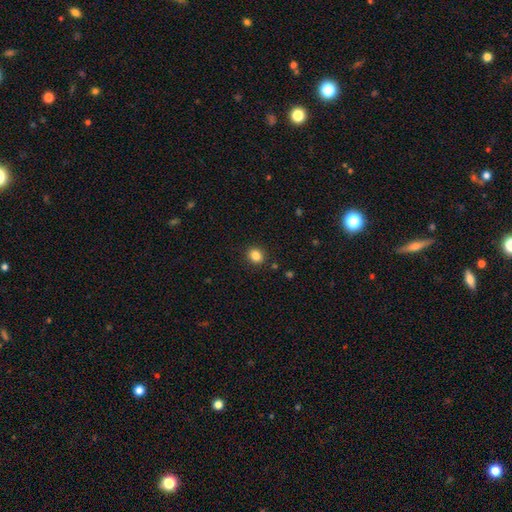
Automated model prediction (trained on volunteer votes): Smooth or featured?
  - smooth: 85% *
  - star or artifact: 11%
  - featured or disk: 5%
How rounded?
  - round: 66% *
  - in between: 33%
  - cigar-shaped: 1%
Merging?
  - none: 90% *
  - minor disturbance: 7%
  - major disturbance: 2%
  - merger: 1%